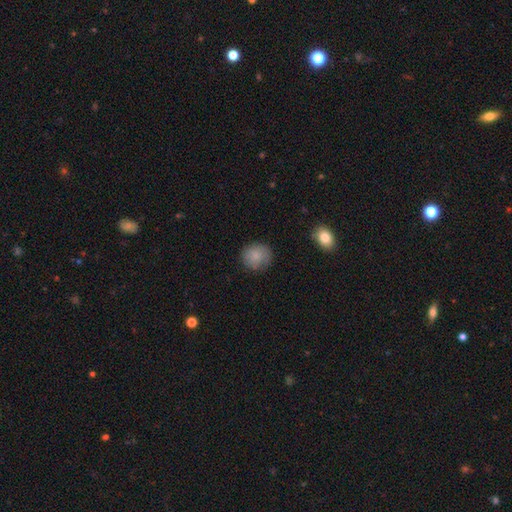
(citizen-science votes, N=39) Morphology: type=smooth (92%); roundness=round (89%); merging=none (84%).